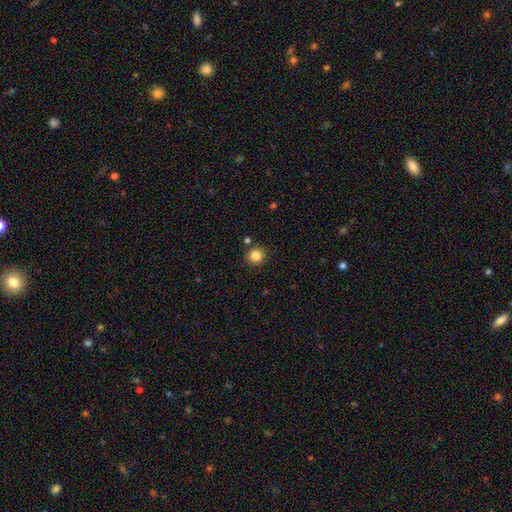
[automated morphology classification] smooth-or-featured: smooth: 84% | star or artifact: 11% | featured or disk: 4%
  how-rounded: round: 93% | in between: 6% | cigar-shaped: 1%
  merging: none: 87% | minor disturbance: 7% | merger: 4% | major disturbance: 2%